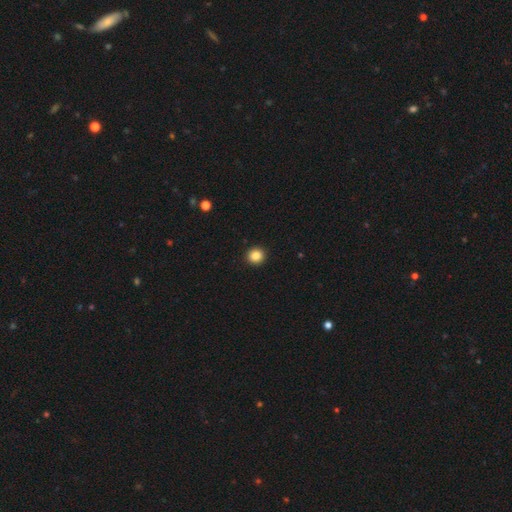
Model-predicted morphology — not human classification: smooth 86%, star or artifact 10%, featured or disk 4%. Down the decision tree: how rounded — round (92%); merging — none (93%).